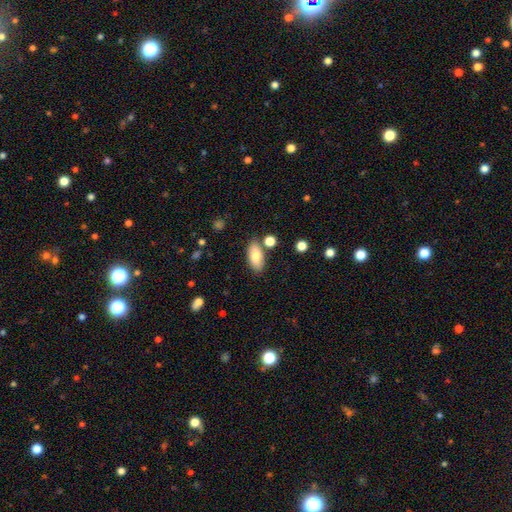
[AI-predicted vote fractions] This is clearly a smooth galaxy (81%). How rounded: clearly in between (89%). Merging: likely none (79%).